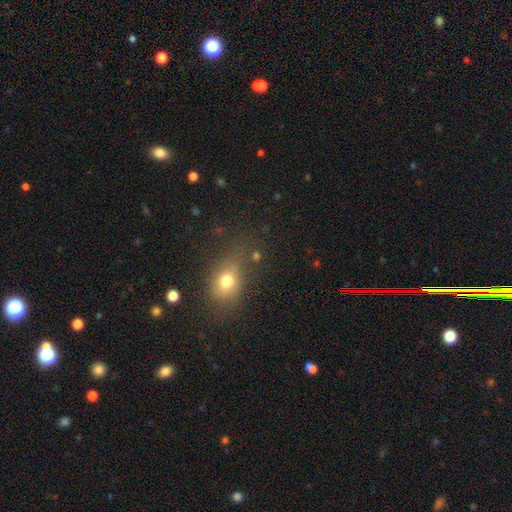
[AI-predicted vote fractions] A smooth galaxy with no disk features (66%) that is round (51%). Merging: none (62%).